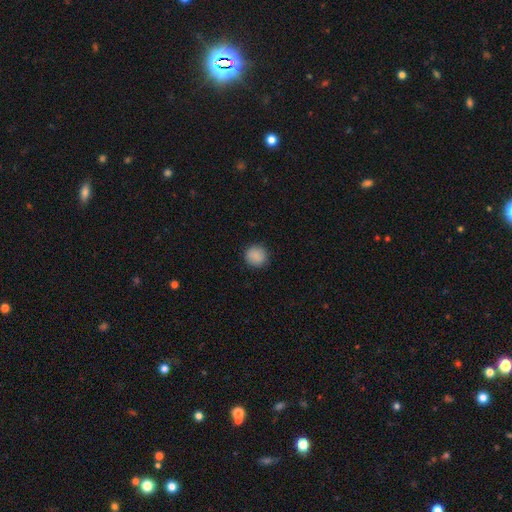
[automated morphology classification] Smooth or featured?
  - smooth: 89% *
  - star or artifact: 8%
  - featured or disk: 3%
How rounded?
  - round: 91% *
  - in between: 8%
  - cigar-shaped: 1%
Merging?
  - none: 90% *
  - minor disturbance: 7%
  - major disturbance: 2%
  - merger: 1%